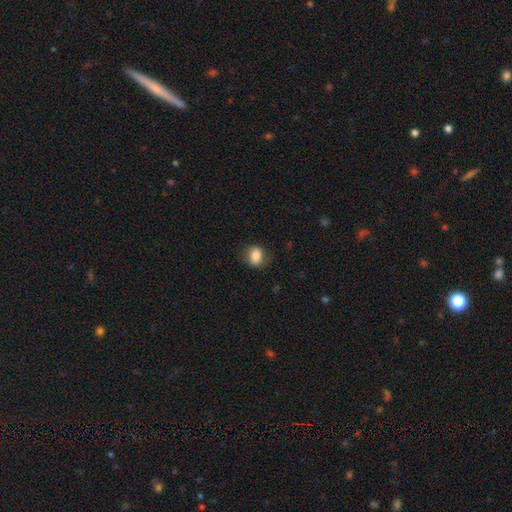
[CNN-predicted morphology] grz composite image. It shows a smooth galaxy with no disk features (83%) that is round (51%). Merging: none (80%).